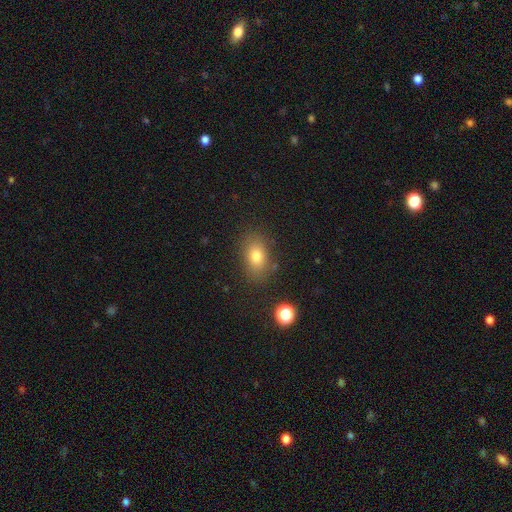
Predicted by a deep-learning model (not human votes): Q: Smooth or featured?
A: smooth (78%); runner-up: star or artifact (12%)
Q: How rounded?
A: in between (80%); runner-up: round (18%)
Q: Merging?
A: none (81%); runner-up: minor disturbance (12%)